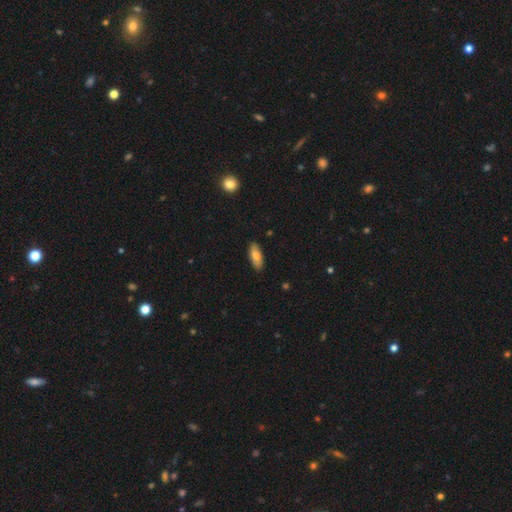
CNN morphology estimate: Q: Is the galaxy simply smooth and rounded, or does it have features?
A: smooth — 74%.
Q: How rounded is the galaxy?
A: in between — 80%.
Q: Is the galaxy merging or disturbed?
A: none — 88%.